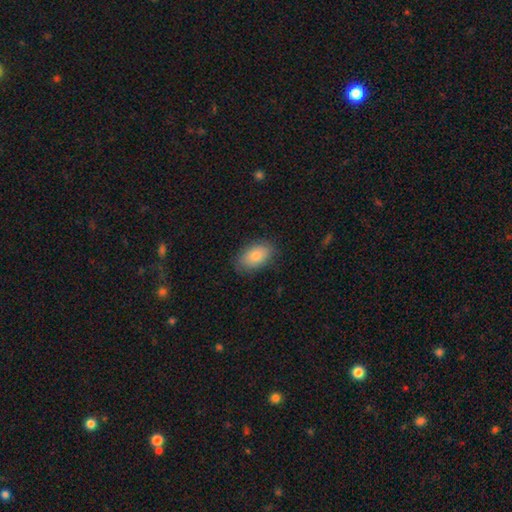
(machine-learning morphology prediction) Q: Smooth or featured?
A: smooth (84%); runner-up: featured or disk (9%)
Q: How rounded?
A: in between (91%); runner-up: round (8%)
Q: Merging?
A: none (83%); runner-up: minor disturbance (13%)